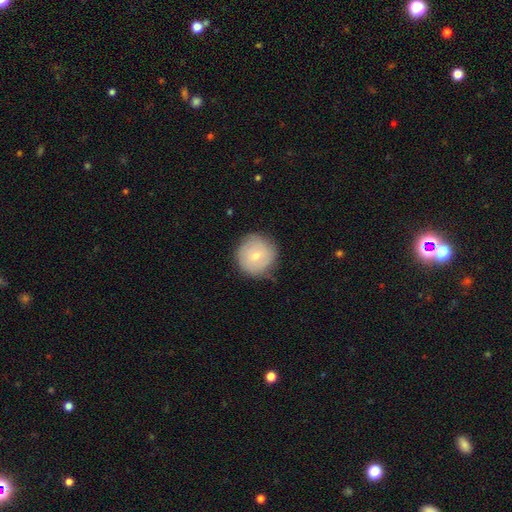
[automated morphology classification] A smooth galaxy with no disk features (60%) that is round (94%).

Vote fractions:
- Smooth or featured? smooth: 60% / featured or disk: 32% / star or artifact: 7%
- How rounded? round: 94% / in between: 5% / cigar-shaped: 1%
- Merging? none: 75% / minor disturbance: 19% / major disturbance: 4% / merger: 1%